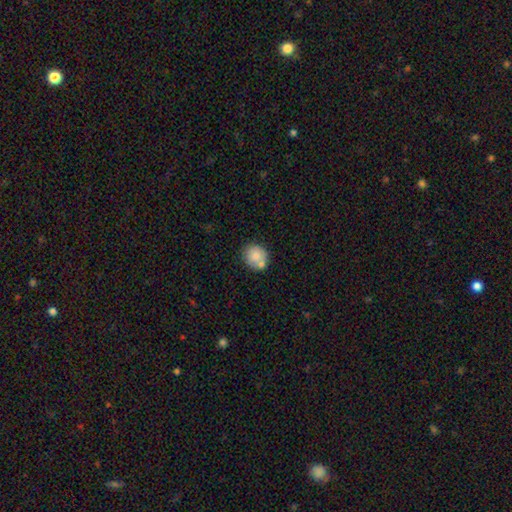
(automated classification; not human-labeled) A smooth galaxy with no disk features (77%) that is round (85%). Merging: none (64%).